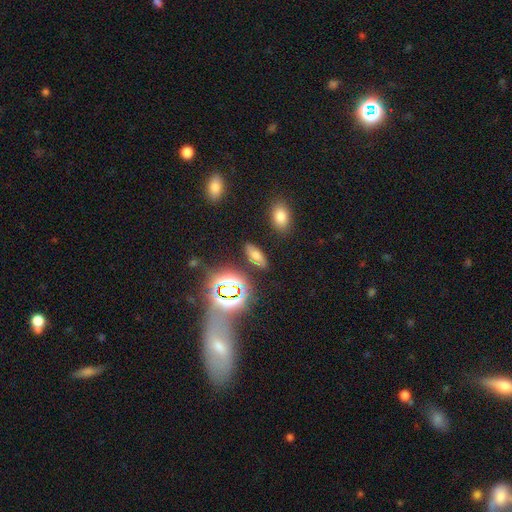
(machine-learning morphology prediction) Overall: smooth (61%; star or artifact 24%). How rounded: in between (80%). Merging: none (83%).